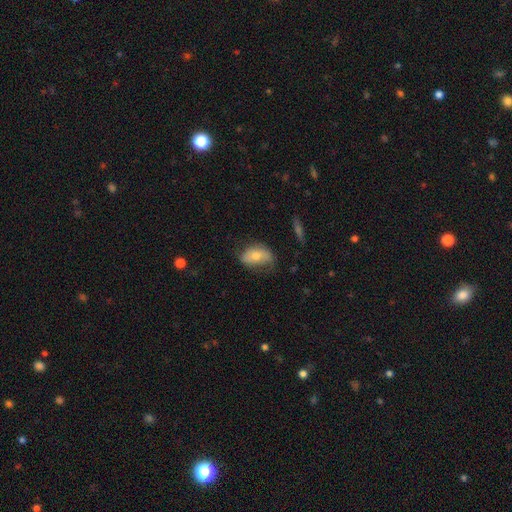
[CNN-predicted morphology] smooth-or-featured: smooth: 64% | featured or disk: 28% | star or artifact: 8%
  how-rounded: in between: 87% | round: 10% | cigar-shaped: 3%
  merging: none: 56% | minor disturbance: 32% | major disturbance: 11% | merger: 2%